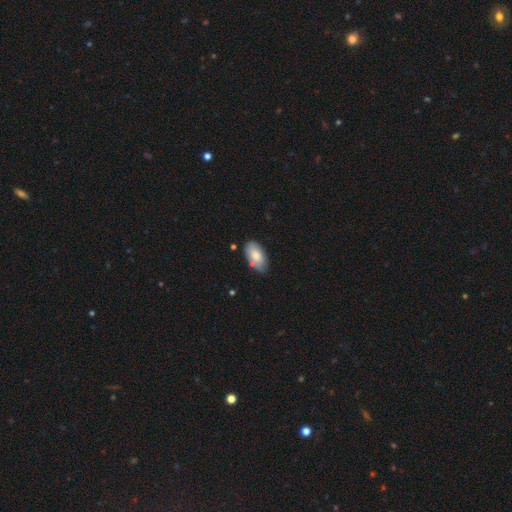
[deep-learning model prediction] Smooth or featured: smooth — 78% (featured or disk — 16%)
How rounded: in between — 95% (round — 3%)
Merging: none — 70% (minor disturbance — 21%)